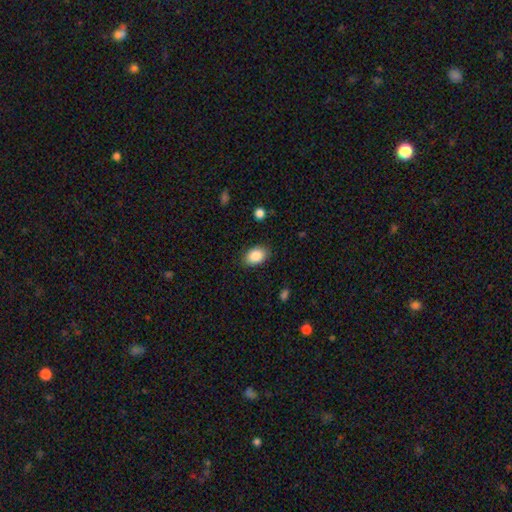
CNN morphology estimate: This appears to be a smooth galaxy with no disk features (87%) that is in between round and cigar-shaped (84%). Merging: none (85%).